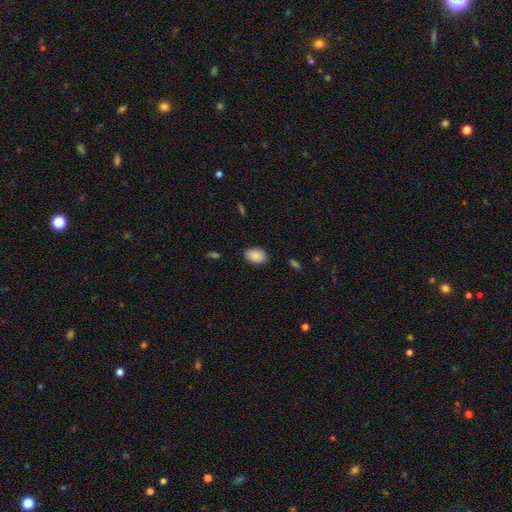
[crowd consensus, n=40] Smooth or featured?
  - smooth: 82% *
  - star or artifact: 12%
  - featured or disk: 5%
How rounded?
  - in between: 85% *
  - round: 15%
  - cigar-shaped: 0%
Merging?
  - none: 83% *
  - minor disturbance: 11%
  - major disturbance: 3%
  - merger: 3%